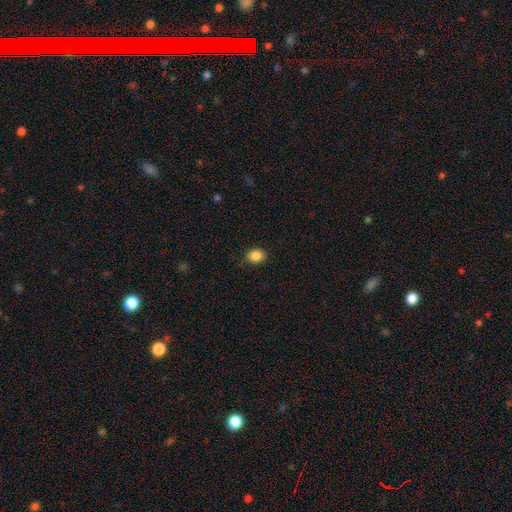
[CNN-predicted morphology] The model was most divided on "how rounded": in between: 66%, round: 33%, cigar-shaped: 1%. More confident: smooth or featured — smooth (87%); merging — none (84%).